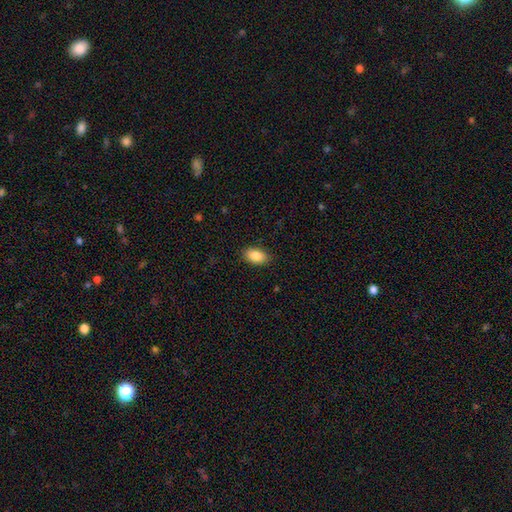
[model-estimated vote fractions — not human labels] This is clearly a smooth galaxy (87%). How rounded: clearly in between (92%). Merging: clearly none (87%).